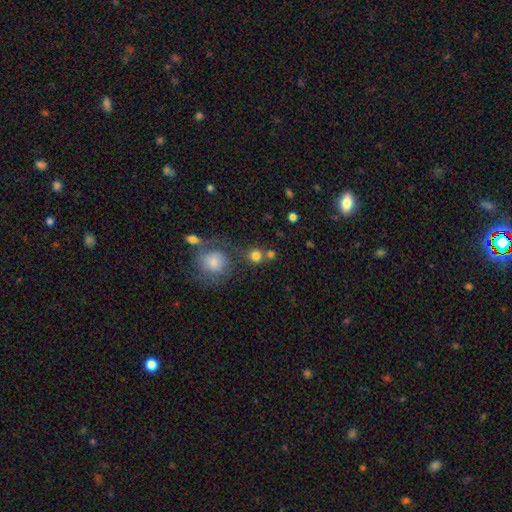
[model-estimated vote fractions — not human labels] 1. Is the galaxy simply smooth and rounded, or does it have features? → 80% smooth, 12% star or artifact, 8% featured or disk.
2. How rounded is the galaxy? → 90% round, 8% in between, 1% cigar-shaped.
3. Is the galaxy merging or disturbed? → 65% none, 21% merger, 9% minor disturbance, 5% major disturbance.